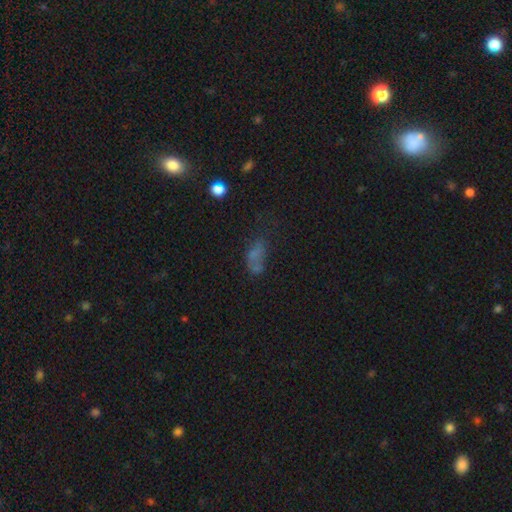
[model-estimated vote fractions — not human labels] This appears to be a smooth galaxy with no disk features (53%) that is in between round and cigar-shaped (80%). Merging: none (34%).